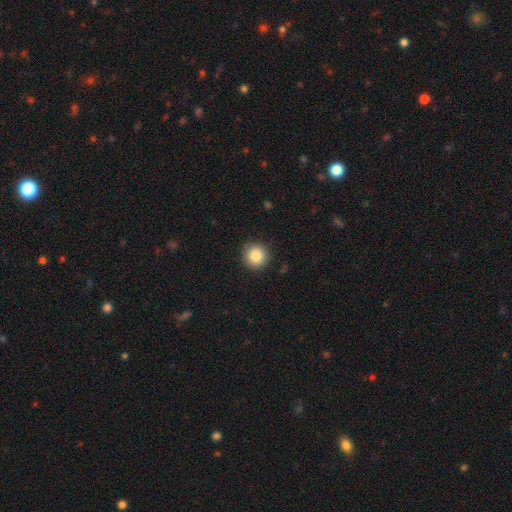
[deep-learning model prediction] Smooth or featured? Predicted: smooth (p=0.85). How rounded? Predicted: round (p=0.94). Merging? Predicted: none (p=0.89).